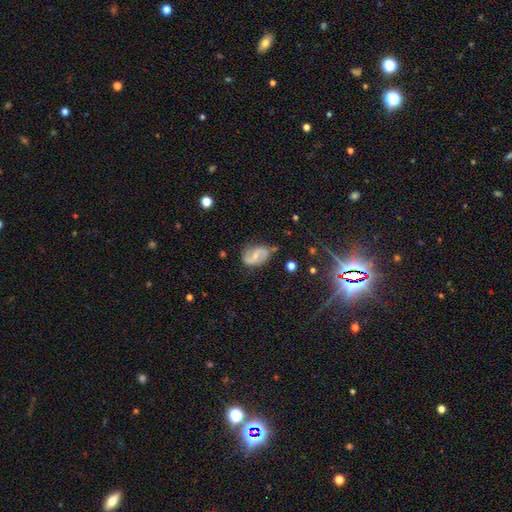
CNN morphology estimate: This is likely a featured or disk galaxy (71%). It is clearly not viewed edge-on (97%). Bar: possibly weak (47%). Spiral arm pattern: clearly yes (89%). Spiral arm count: clearly 2 (88%). Spiral winding: marginally medium (43%). Central bulge: possibly small (55%). Merging: likely none (74%).